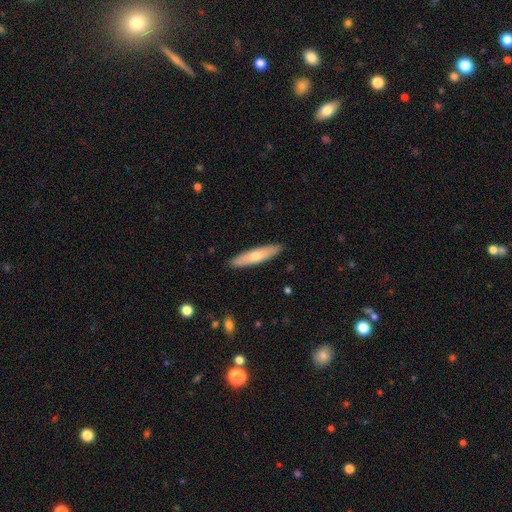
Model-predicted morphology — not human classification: smooth 59%, featured or disk 36%, star or artifact 6%. Down the decision tree: how rounded — cigar-shaped (84%); merging — none (90%).